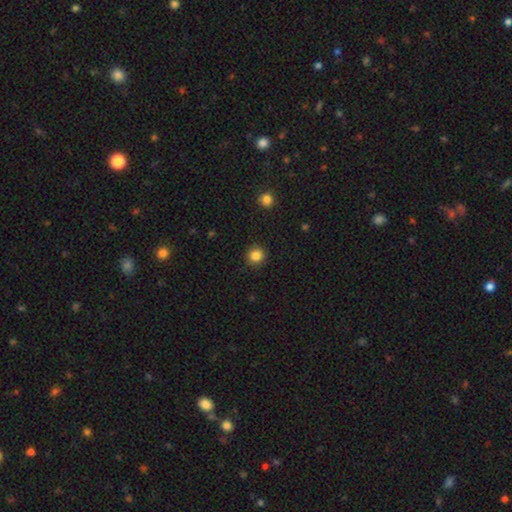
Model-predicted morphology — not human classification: type=smooth (85%); roundness=round (93%); merging=none (92%).